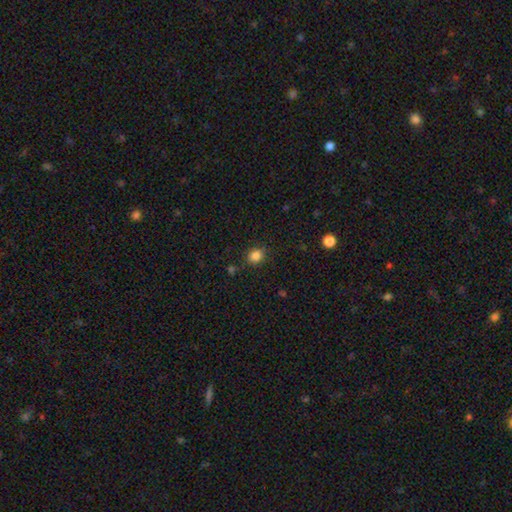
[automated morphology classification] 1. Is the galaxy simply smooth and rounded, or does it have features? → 84% smooth, 11% star or artifact, 4% featured or disk.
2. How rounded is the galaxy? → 67% round, 32% in between, 1% cigar-shaped.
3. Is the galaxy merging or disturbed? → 85% none, 10% minor disturbance, 3% major disturbance, 2% merger.